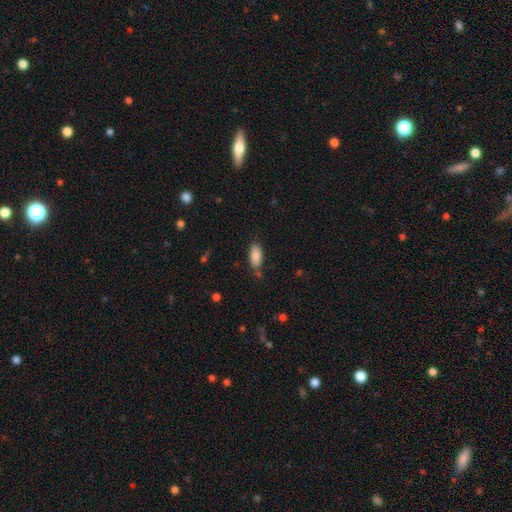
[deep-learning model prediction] Q: Smooth or featured?
A: smooth (86%); runner-up: featured or disk (7%)
Q: How rounded?
A: in between (85%); runner-up: cigar-shaped (13%)
Q: Merging?
A: none (70%); runner-up: minor disturbance (20%)